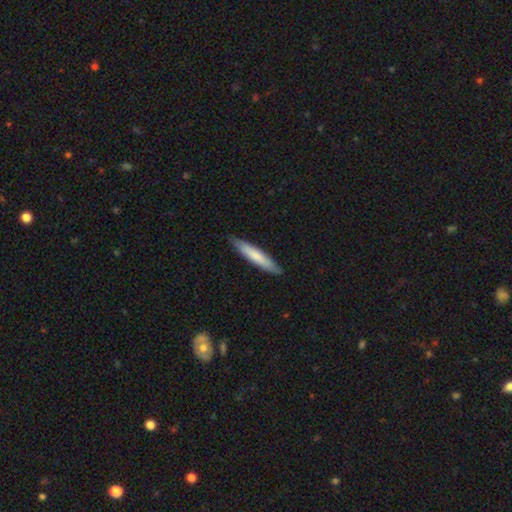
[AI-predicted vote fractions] smooth_or_featured: smooth (p=0.72) [alt: featured or disk p=0.23]
how_rounded: cigar-shaped (p=0.90) [alt: in between p=0.09]
merging: none (p=0.88) [alt: minor disturbance p=0.10]